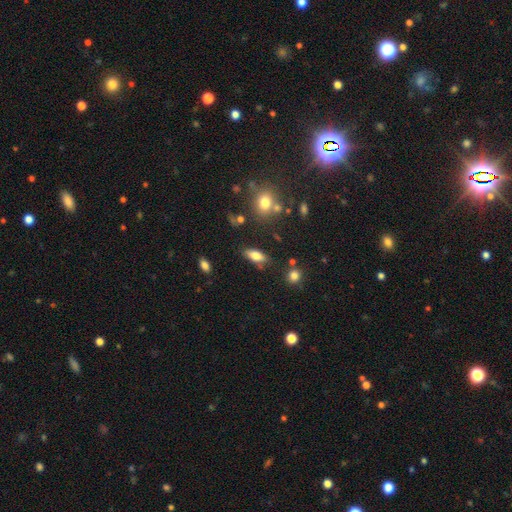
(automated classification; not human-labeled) A smooth galaxy with no disk features (73%) that is in between round and cigar-shaped (80%). Merging: none (77%).